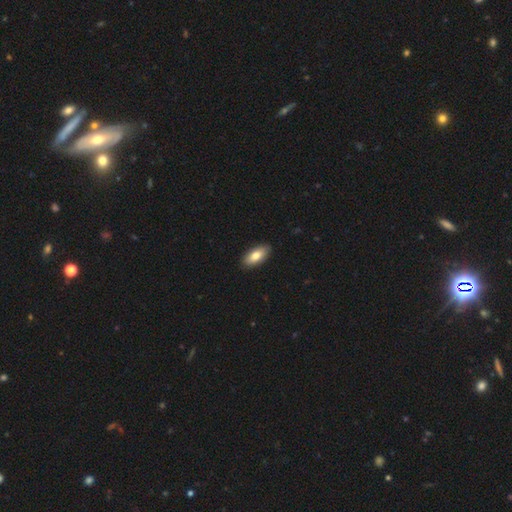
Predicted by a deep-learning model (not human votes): This is clearly a smooth galaxy (81%). How rounded: clearly in between (89%). Merging: clearly none (89%).